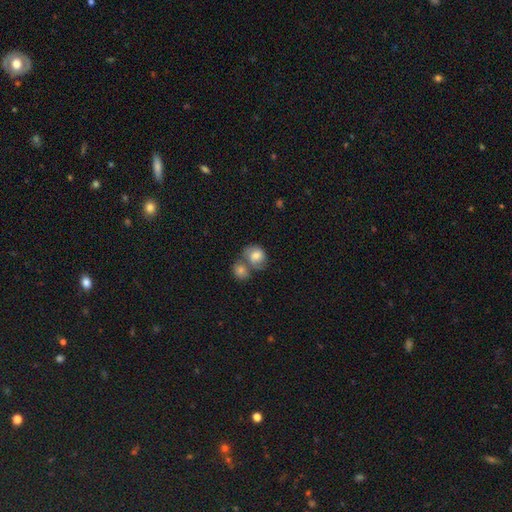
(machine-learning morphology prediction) smooth 73%, featured or disk 19%, star or artifact 8%. Down the decision tree: how rounded — round (64%); merging — merger (59%).